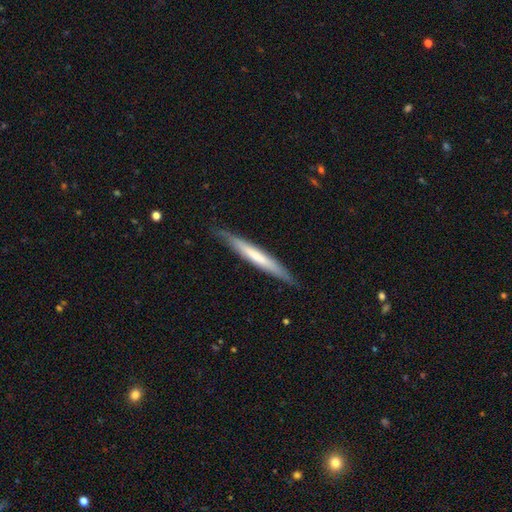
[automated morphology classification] type=smooth (49%); merging=none (86%).